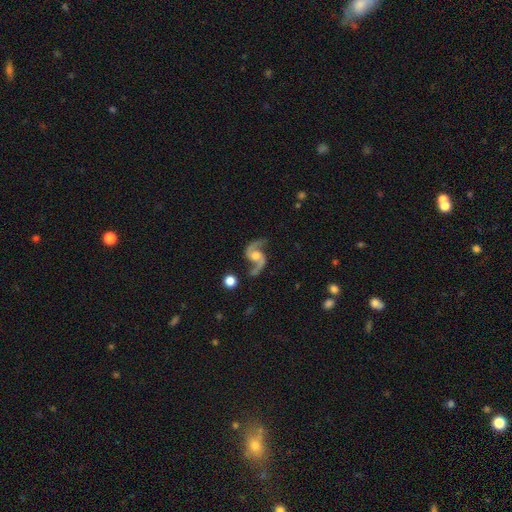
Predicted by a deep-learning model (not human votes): smooth_or_featured: featured or disk (p=0.92) [alt: star or artifact p=0.04]
disk_edge_on: no (p=0.98) [alt: yes p=0.02]
bar: no (p=0.53) [alt: weak p=0.37]
has_spiral_arms: yes (p=0.98) [alt: no p=0.02]
spiral_winding: loose (p=0.56) [alt: medium p=0.37]
spiral_arm_count: 2 (p=0.95) [alt: 1 p=0.01]
bulge_size: moderate (p=0.64) [alt: small p=0.20]
merging: none (p=0.76) [alt: minor disturbance p=0.14]